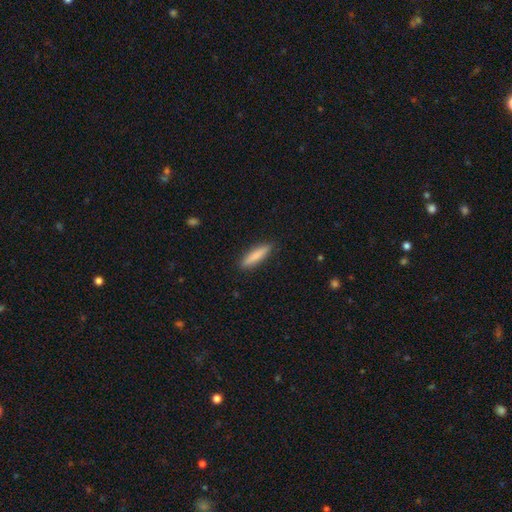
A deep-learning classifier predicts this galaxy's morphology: The model was most divided on "how rounded": cigar-shaped: 79%, in between: 20%, round: 1%. More confident: merging — none (88%); smooth or featured — smooth (83%).